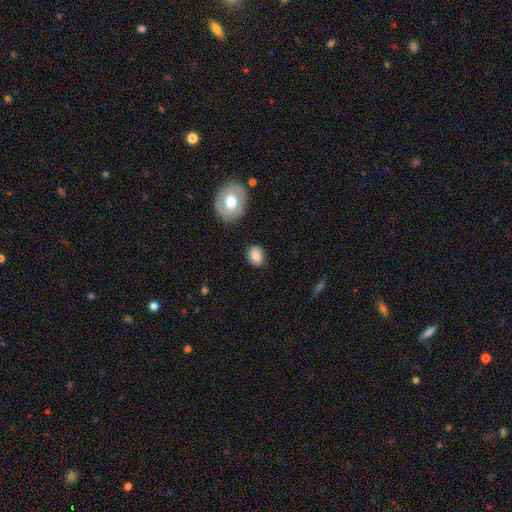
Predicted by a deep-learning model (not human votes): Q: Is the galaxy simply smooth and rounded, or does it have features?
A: smooth — 77%.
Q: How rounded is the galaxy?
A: in between — 53%.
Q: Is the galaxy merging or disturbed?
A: none — 77%.